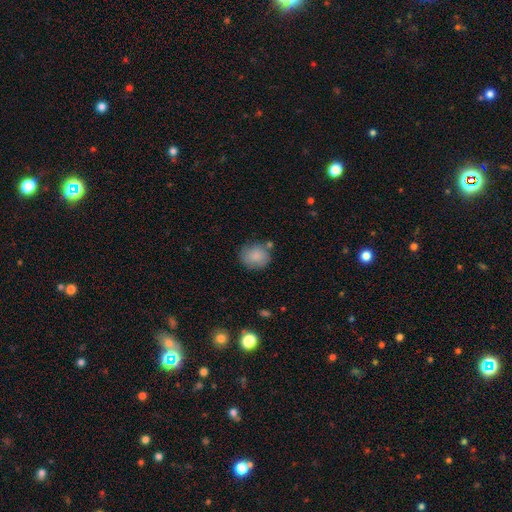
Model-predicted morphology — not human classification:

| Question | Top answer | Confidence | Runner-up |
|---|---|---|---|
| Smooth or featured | smooth | 85% | featured or disk (8%) |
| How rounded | round | 73% | in between (26%) |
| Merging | none | 68% | minor disturbance (19%) |